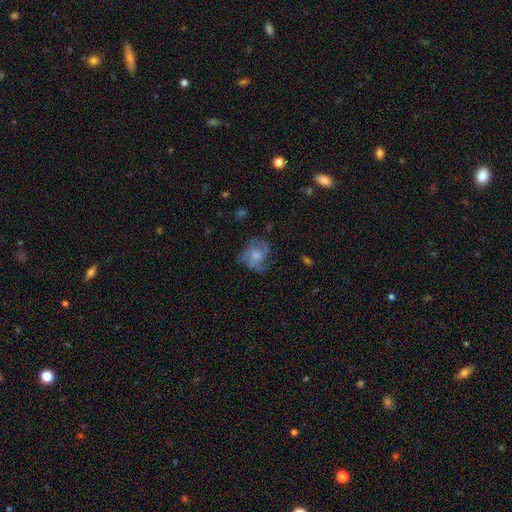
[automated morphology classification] Overall: featured or disk (61%; smooth 30%). Edge-on disk: no (98%). Bar: no (74%). Spiral arms: yes (80%). Bulge size: moderate (46%; small 33%). Merging: none (56%; minor disturbance 23%).